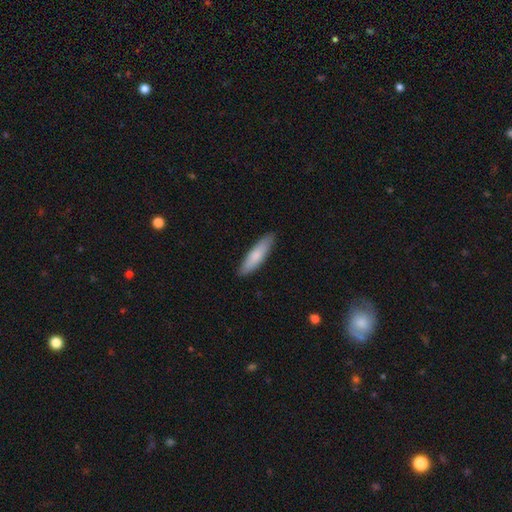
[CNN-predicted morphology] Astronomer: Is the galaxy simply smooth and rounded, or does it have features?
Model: smooth — 79%.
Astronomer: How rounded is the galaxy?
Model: cigar-shaped — 71%.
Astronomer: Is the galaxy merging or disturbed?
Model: none — 88%.